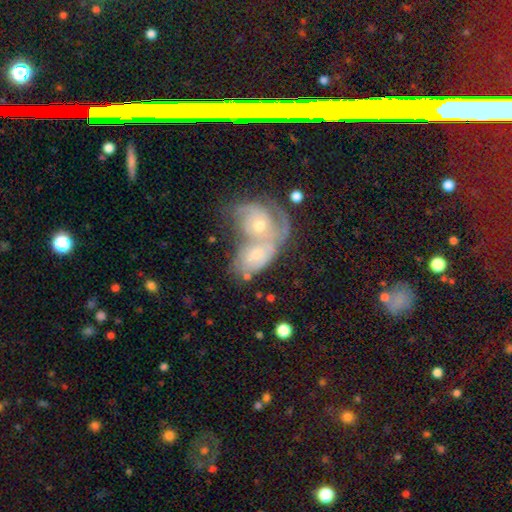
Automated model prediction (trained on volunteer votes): Smooth or featured? Predicted: featured or disk (p=0.61). Edge-on disk? Predicted: no (p=0.96). Bar? Predicted: no (p=0.72). Spiral arms? Predicted: yes (p=0.77). Bulge size? Predicted: moderate (p=0.48). Merging? Predicted: merger (p=0.71).